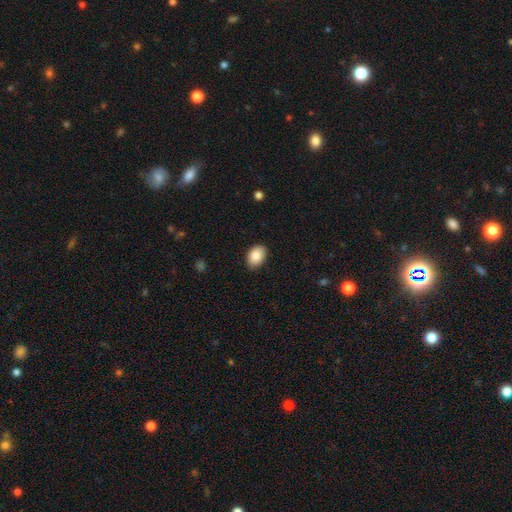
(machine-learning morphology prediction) Overall: smooth (86%). How rounded: in between (82%). Merging: none (84%).